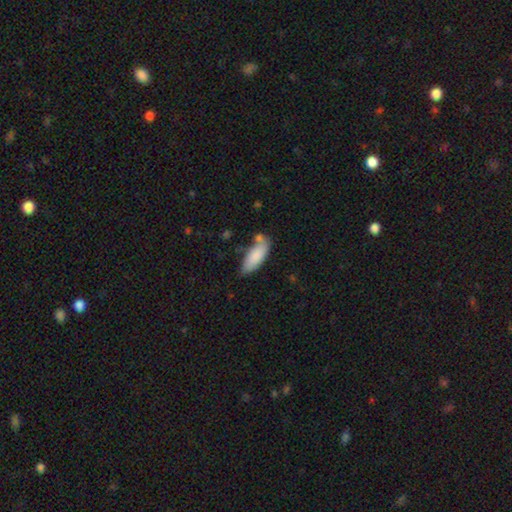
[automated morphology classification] smooth 84%, featured or disk 10%, star or artifact 6%. Down the decision tree: how rounded — in between (73%); merging — none (61%).